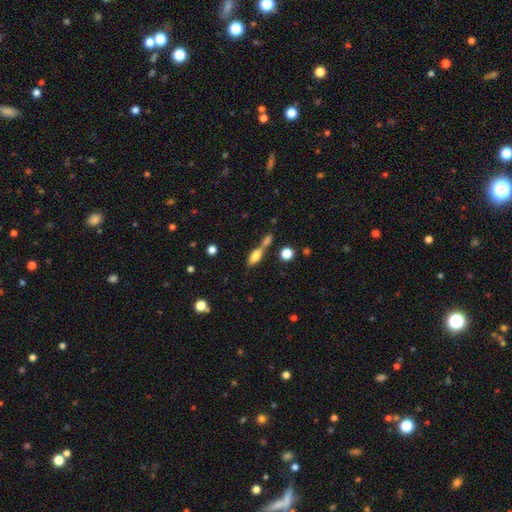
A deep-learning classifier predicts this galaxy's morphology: type=smooth (74%); roundness=in between (68%); merging=none (41%, tied with merger).